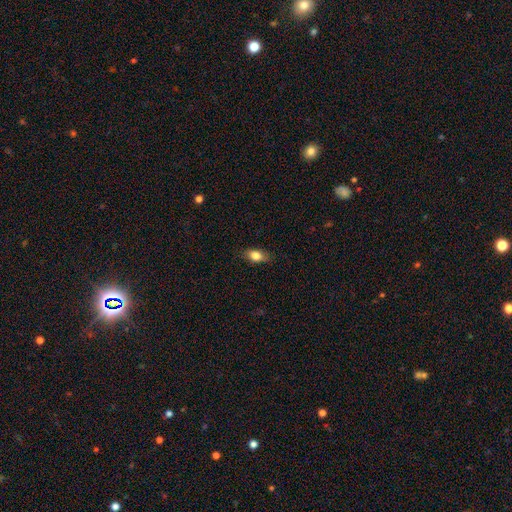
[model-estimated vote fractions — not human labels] A smooth galaxy with no disk features (81%) that is in between round and cigar-shaped (83%). Merging: none (82%).